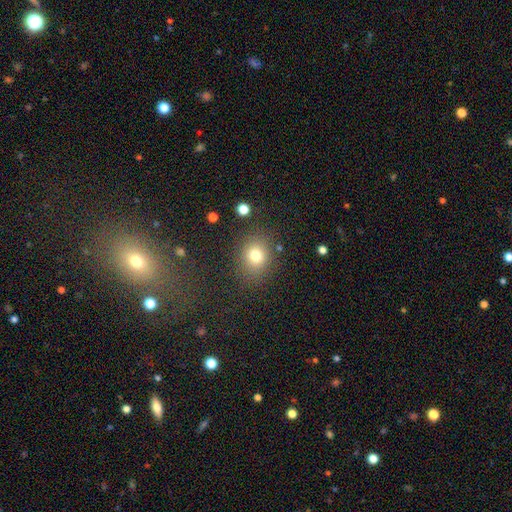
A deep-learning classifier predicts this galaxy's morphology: The model was most divided on "how rounded": round: 65%, in between: 34%, cigar-shaped: 1%. More confident: merging — none (82%); smooth or featured — smooth (78%).